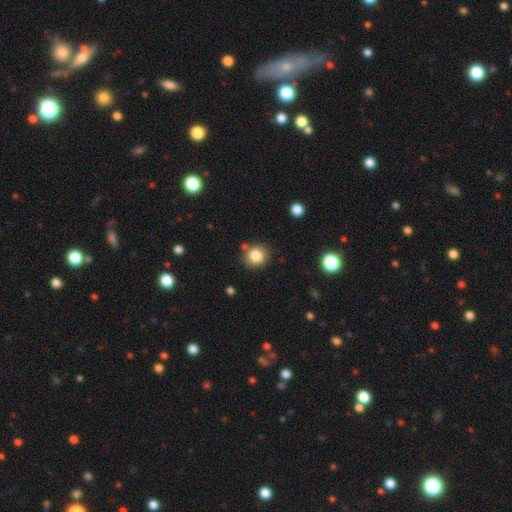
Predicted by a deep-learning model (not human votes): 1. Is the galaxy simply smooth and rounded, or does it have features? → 82% smooth, 11% star or artifact, 8% featured or disk.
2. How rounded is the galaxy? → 84% round, 15% in between, 1% cigar-shaped.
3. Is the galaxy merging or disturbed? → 79% none, 11% minor disturbance, 7% merger, 3% major disturbance.